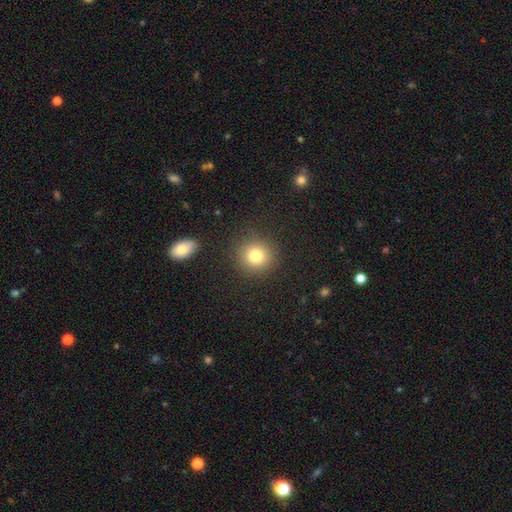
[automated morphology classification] The model was most divided on "smooth or featured": smooth: 80%, star or artifact: 12%, featured or disk: 8%. More confident: how rounded — round (92%); merging — none (89%).